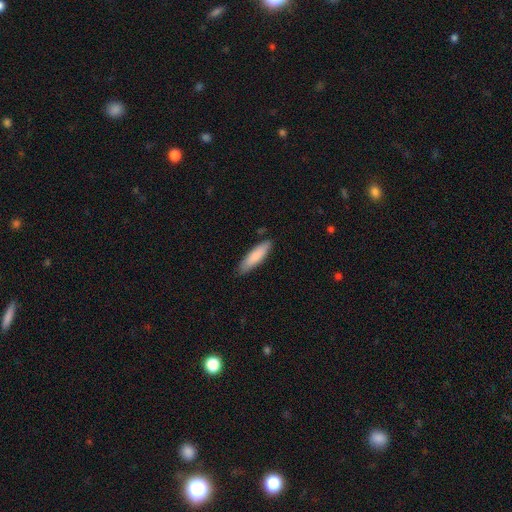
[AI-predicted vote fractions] A smooth galaxy with no disk features (84%) that is cigar-shaped (66%). Merging: none (85%).